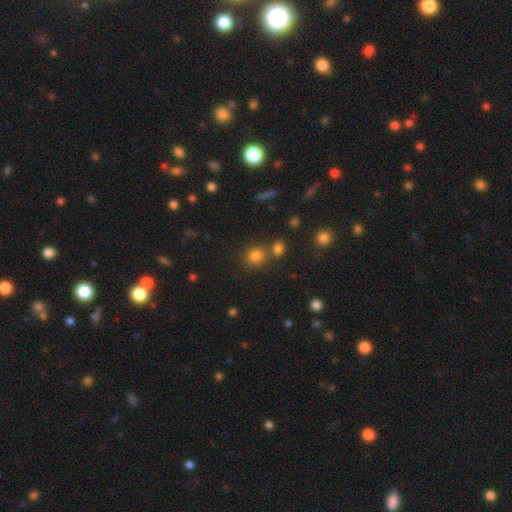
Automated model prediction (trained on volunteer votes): A smooth galaxy with no disk features (79%) that is round (82%).

Vote fractions:
- Smooth or featured? smooth: 79% / star or artifact: 14% / featured or disk: 6%
- How rounded? round: 82% / in between: 17% / cigar-shaped: 1%
- Merging? none: 66% / merger: 22% / minor disturbance: 9% / major disturbance: 4%